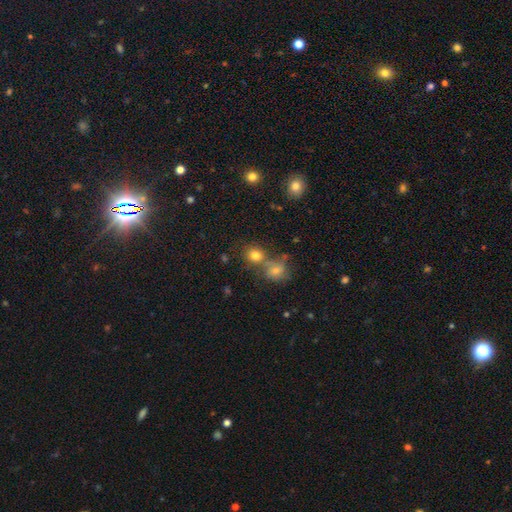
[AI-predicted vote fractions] This is likely a smooth galaxy (75%). How rounded: clearly round (81%). Merging: possibly none (60%).